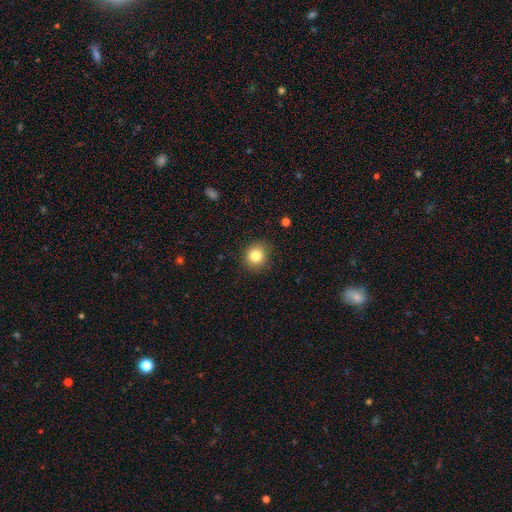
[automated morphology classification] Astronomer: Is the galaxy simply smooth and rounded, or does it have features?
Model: smooth — 82%.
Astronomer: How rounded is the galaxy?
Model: round — 87%.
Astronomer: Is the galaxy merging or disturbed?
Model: none — 86%.